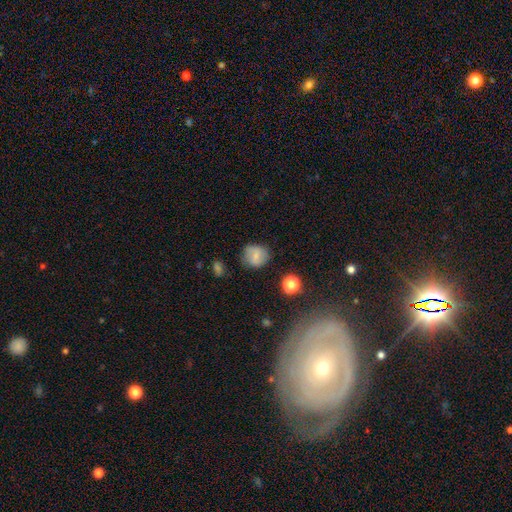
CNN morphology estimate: The model was most divided on "smooth or featured": smooth: 69%, featured or disk: 20%, star or artifact: 10%. More confident: how rounded — round (78%); merging — none (77%).